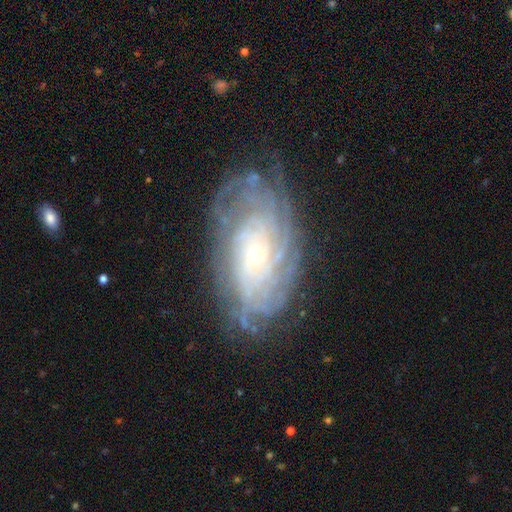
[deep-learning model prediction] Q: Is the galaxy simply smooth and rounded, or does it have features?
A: featured or disk — 85%.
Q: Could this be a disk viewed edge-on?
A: no — 94%.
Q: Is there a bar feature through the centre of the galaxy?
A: no — 75%.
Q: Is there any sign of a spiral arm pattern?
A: yes — 96%.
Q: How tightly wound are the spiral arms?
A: tight — 79%.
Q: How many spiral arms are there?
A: can't tell — 38%.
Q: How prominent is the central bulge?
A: small — 68%.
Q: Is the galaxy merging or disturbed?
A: none — 76%.